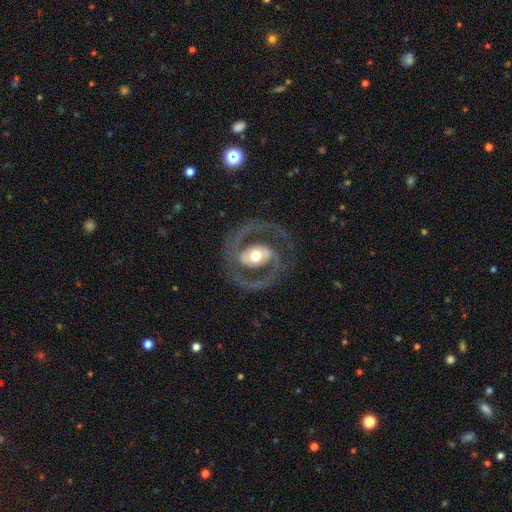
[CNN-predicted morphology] A featured or disk galaxy (90%) with a weak bar (36%), 2 (92%) medium (57%) spiral arms (93%) and a moderate central bulge (68%). Merging: none (81%).